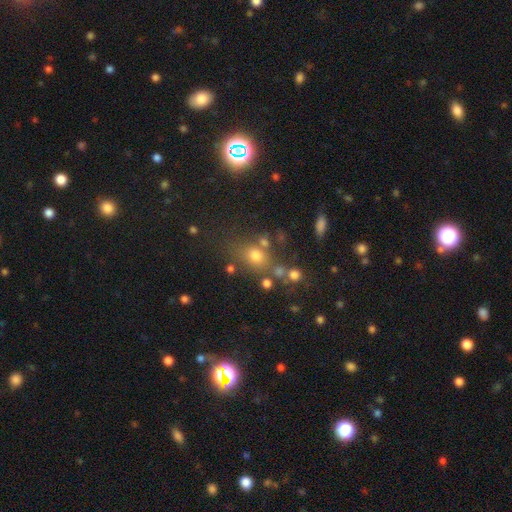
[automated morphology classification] smooth 62%, star or artifact 25%, featured or disk 13%. Down the decision tree: how rounded — round (60%); merging — none (64%).